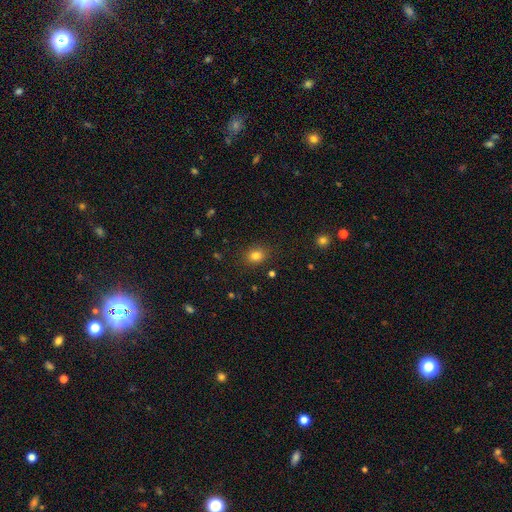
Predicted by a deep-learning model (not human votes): smooth 81%, star or artifact 13%, featured or disk 6%. Down the decision tree: how rounded — round (58%); merging — none (85%).